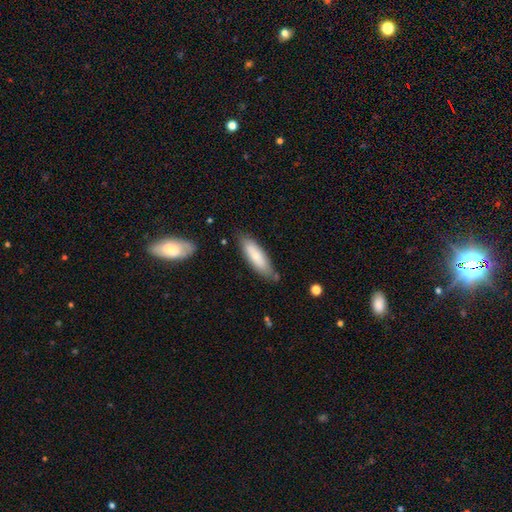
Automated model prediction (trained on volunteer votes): A smooth galaxy with no disk features (74%) that is cigar-shaped (54%). Merging: none (74%).